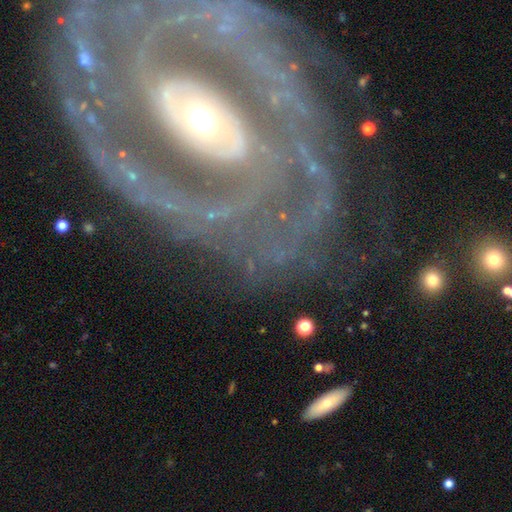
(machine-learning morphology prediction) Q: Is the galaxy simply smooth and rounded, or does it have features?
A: featured or disk — 88%.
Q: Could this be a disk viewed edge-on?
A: no — 96%.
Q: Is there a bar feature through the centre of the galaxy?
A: no — 46%.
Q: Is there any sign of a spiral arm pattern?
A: yes — 91%.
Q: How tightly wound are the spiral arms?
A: tight — 62%.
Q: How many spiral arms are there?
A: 2 — 45%.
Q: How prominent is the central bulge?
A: moderate — 57%.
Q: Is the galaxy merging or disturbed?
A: none — 72%.